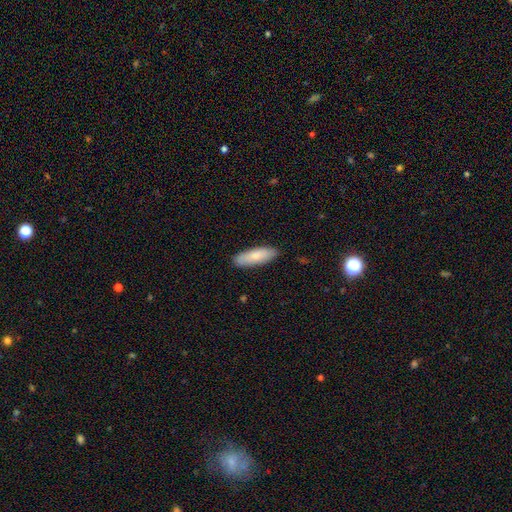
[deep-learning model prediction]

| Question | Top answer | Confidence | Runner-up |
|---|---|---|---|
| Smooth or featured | smooth | 81% | featured or disk (13%) |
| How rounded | in between | 54% | cigar-shaped (44%) |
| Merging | none | 88% | minor disturbance (9%) |